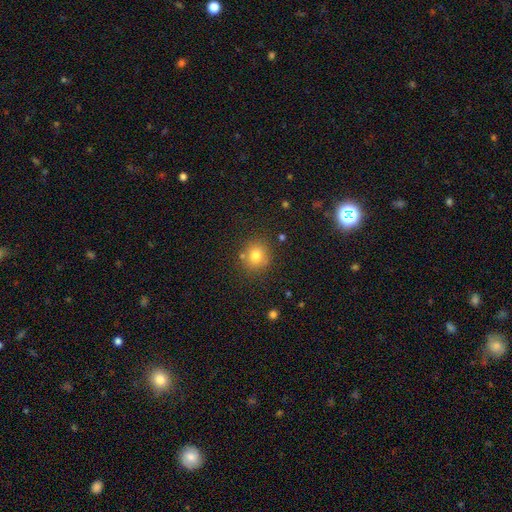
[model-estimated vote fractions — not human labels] Smooth or featured?
  - smooth: 78% *
  - star or artifact: 13%
  - featured or disk: 9%
How rounded?
  - round: 85% *
  - in between: 14%
  - cigar-shaped: 1%
Merging?
  - none: 80% *
  - minor disturbance: 11%
  - merger: 6%
  - major disturbance: 3%